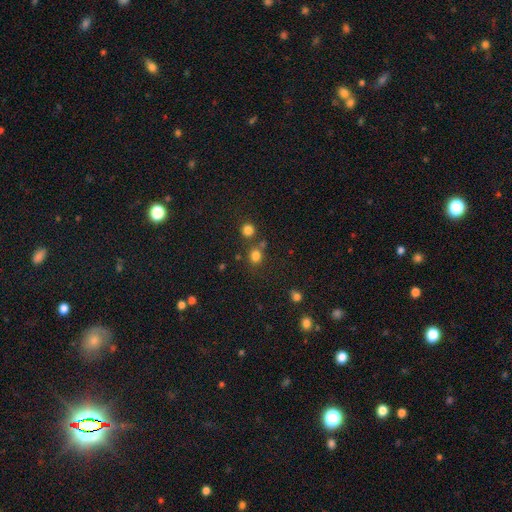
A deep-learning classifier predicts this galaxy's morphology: Smooth or featured? Predicted: smooth (p=0.77). How rounded? Predicted: round (p=0.72). Merging? Predicted: none (p=0.66).